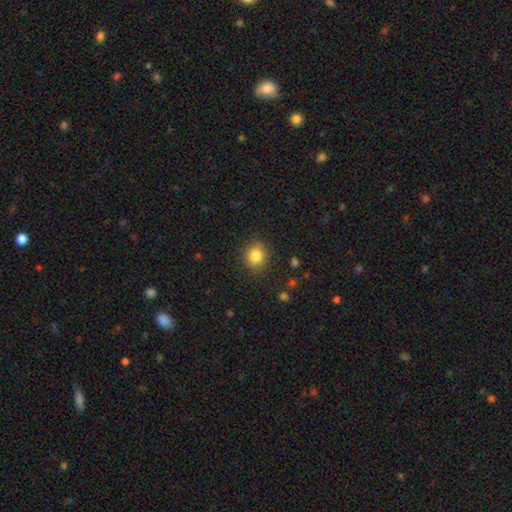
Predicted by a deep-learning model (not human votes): Smooth or featured? smooth (83%)
How rounded? round (76%)
Merging? none (86%)